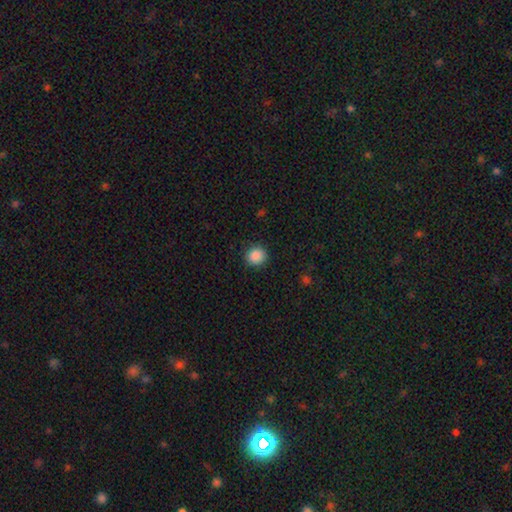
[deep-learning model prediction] Overall: smooth (88%). How rounded: round (89%). Merging: none (89%).